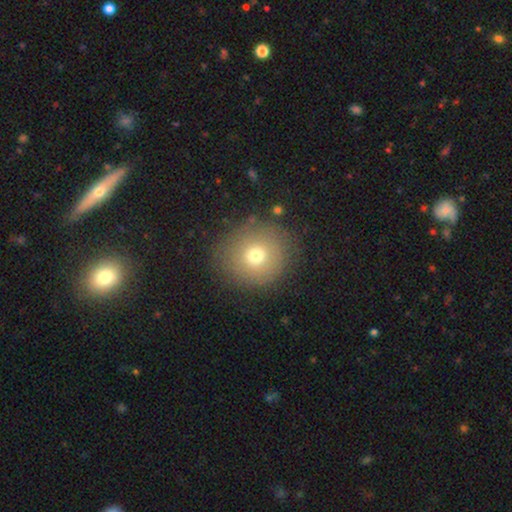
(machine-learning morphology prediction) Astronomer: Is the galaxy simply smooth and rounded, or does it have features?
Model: smooth — 71%.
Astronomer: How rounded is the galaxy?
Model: round — 88%.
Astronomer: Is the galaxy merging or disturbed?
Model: none — 83%.